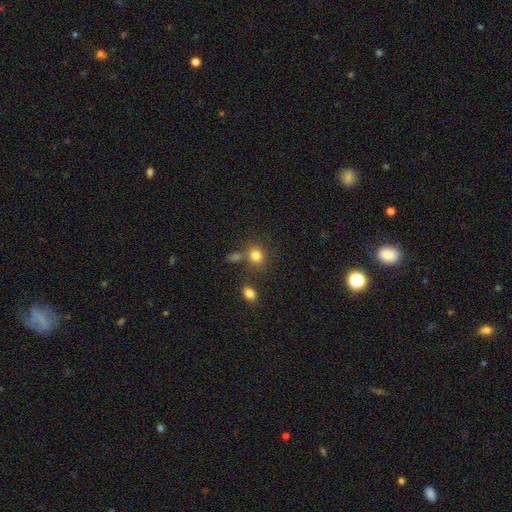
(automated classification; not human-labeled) Smooth or featured: smooth — 81% (star or artifact — 12%)
How rounded: round — 68% (in between — 31%)
Merging: none — 64% (merger — 18%)